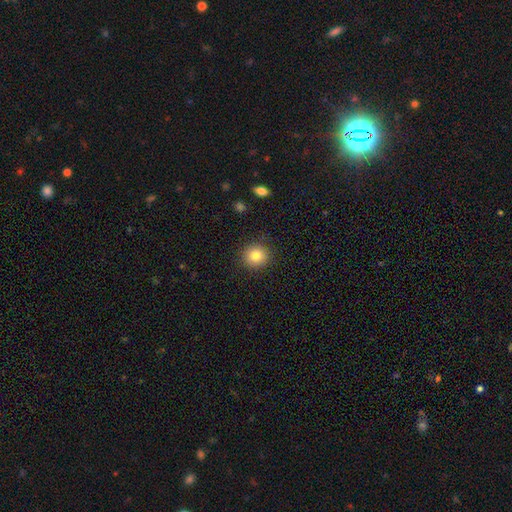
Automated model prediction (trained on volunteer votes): The model was most divided on "smooth or featured": smooth: 82%, star or artifact: 11%, featured or disk: 7%. More confident: how rounded — round (92%); merging — none (91%).